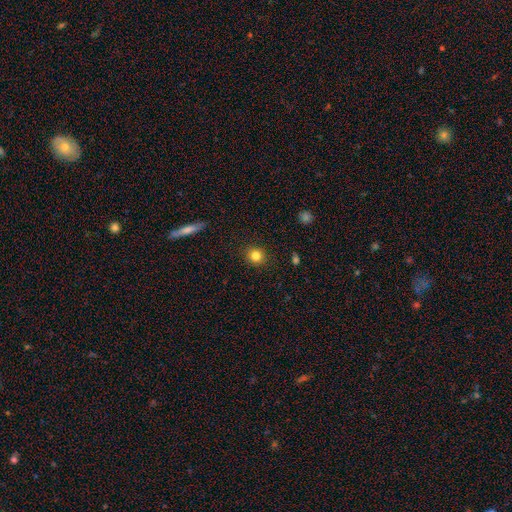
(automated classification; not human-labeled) This appears to be a smooth galaxy with no disk features (81%) that is round (88%). Merging: none (91%).